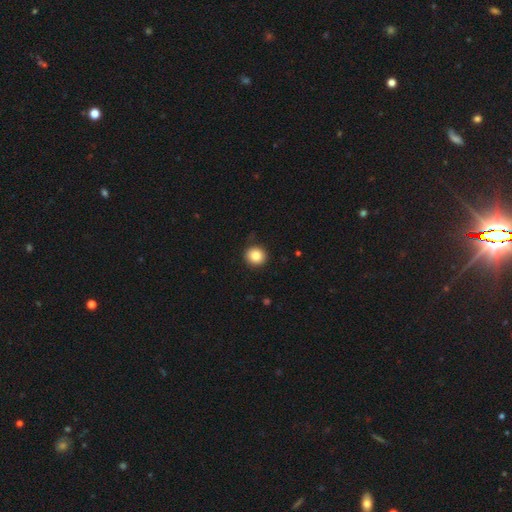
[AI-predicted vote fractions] A smooth galaxy with no disk features (86%) that is round (89%).

Vote fractions:
- Smooth or featured? smooth: 86% / star or artifact: 9% / featured or disk: 5%
- How rounded? round: 89% / in between: 10% / cigar-shaped: 1%
- Merging? none: 88% / minor disturbance: 8% / major disturbance: 2% / merger: 1%